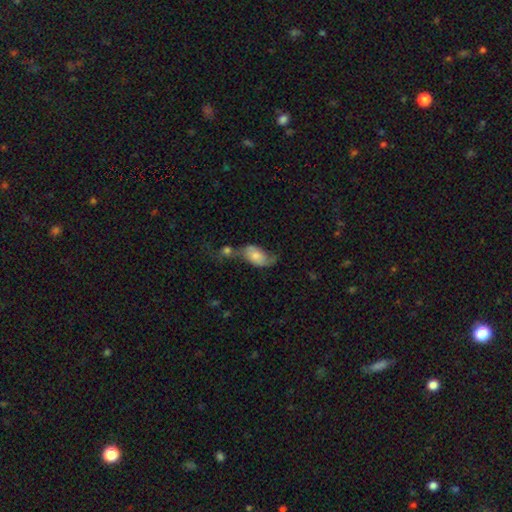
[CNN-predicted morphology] A smooth galaxy with no disk features (54%) that is in between round and cigar-shaped (90%). Merging: merger (39%).